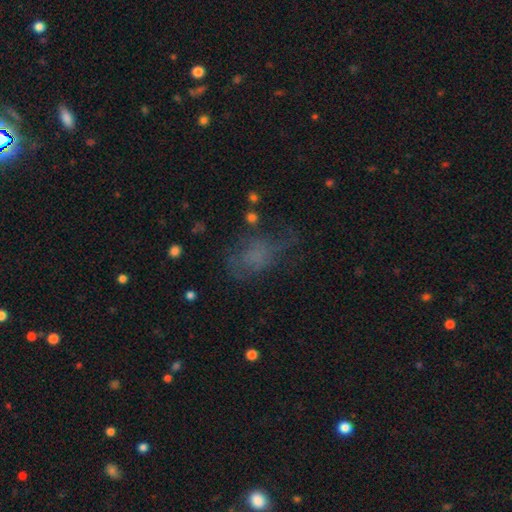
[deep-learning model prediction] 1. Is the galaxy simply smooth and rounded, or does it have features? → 52% smooth, 26% featured or disk, 22% star or artifact.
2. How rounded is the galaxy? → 72% in between, 26% round, 3% cigar-shaped.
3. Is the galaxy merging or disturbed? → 48% none, 26% major disturbance, 23% minor disturbance, 3% merger.